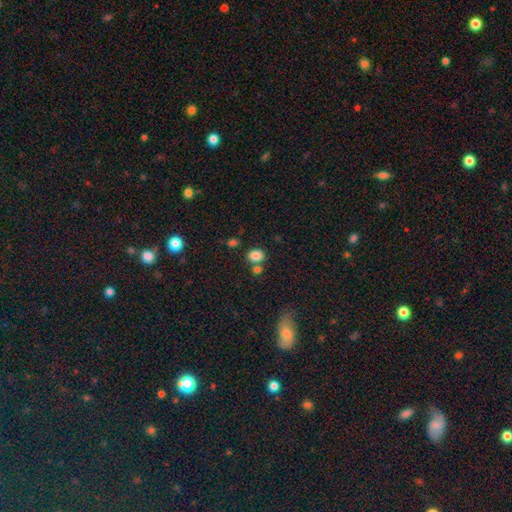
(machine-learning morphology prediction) A smooth galaxy with no disk features (83%) that is in between round and cigar-shaped (53%). Merging: none (64%).